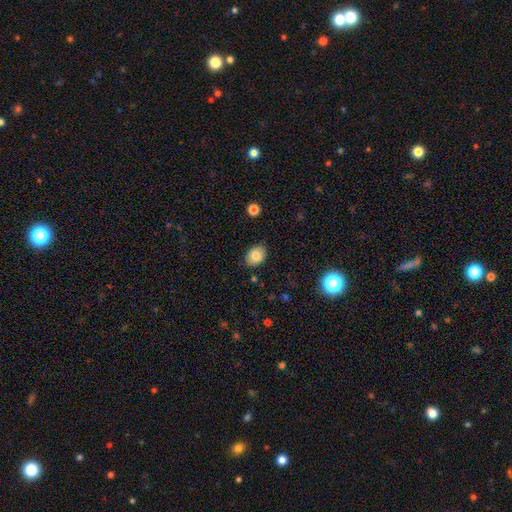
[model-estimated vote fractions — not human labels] smooth-or-featured: smooth: 82% | featured or disk: 9% | star or artifact: 9%
  how-rounded: in between: 72% | round: 27% | cigar-shaped: 1%
  merging: none: 84% | minor disturbance: 12% | major disturbance: 2% | merger: 1%